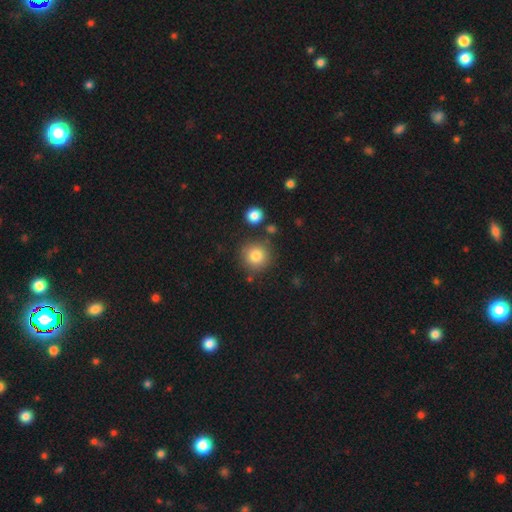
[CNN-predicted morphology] This is clearly a smooth galaxy (83%). How rounded: clearly round (93%). Merging: clearly none (82%).